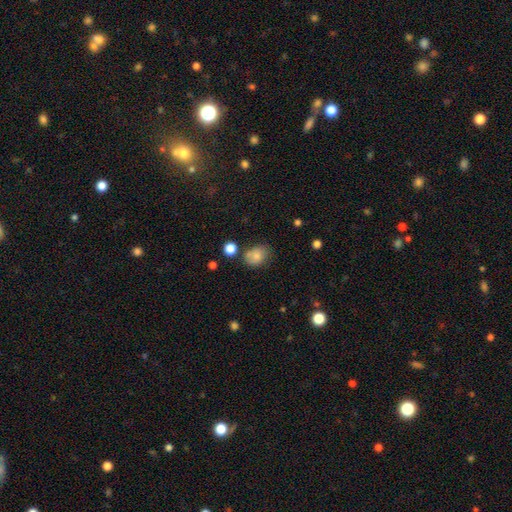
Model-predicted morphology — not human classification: smooth-or-featured: smooth: 80% | featured or disk: 10% | star or artifact: 10%
  how-rounded: in between: 59% | round: 40% | cigar-shaped: 1%
  merging: none: 61% | minor disturbance: 23% | merger: 9% | major disturbance: 7%